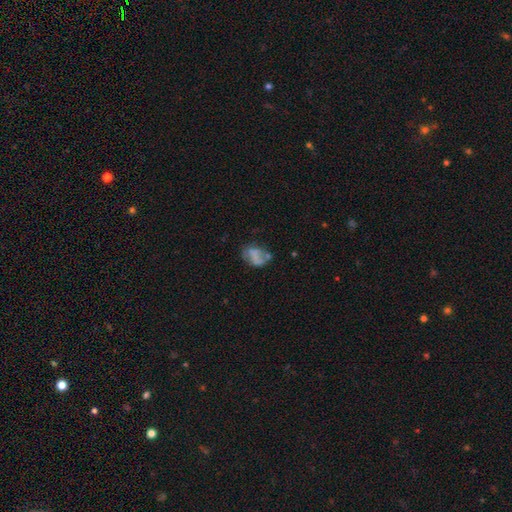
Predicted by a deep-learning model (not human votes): A smooth galaxy with no disk features (50%) that is in between round and cigar-shaped (73%).

Vote fractions:
- Smooth or featured? smooth: 50% / featured or disk: 38% / star or artifact: 11%
- How rounded? in between: 73% / round: 26% / cigar-shaped: 2%
- Merging? none: 39% / minor disturbance: 25% / major disturbance: 23% / merger: 13%